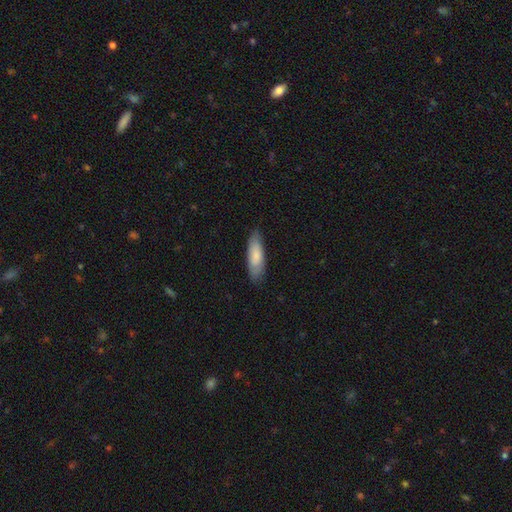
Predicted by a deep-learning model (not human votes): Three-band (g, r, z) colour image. It shows a smooth galaxy with no disk features (81%) that is in between round and cigar-shaped (54%). Merging: none (81%).